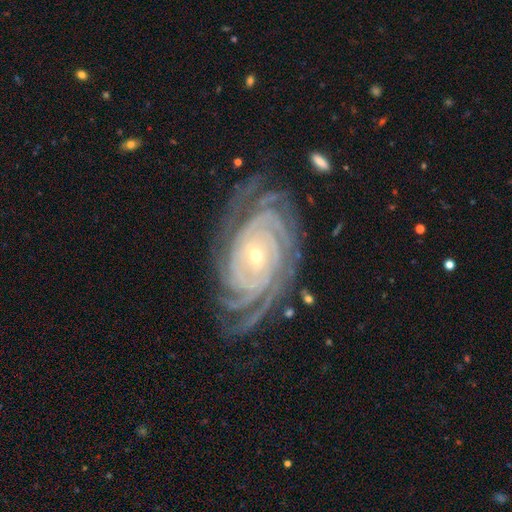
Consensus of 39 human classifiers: Volunteers were most divided on "spiral arm count": more than 4: 46%, 4: 35%, can't tell: 14%, 3: 5%, 1: 0%, 2: 0%. More confident: spiral arms — yes (100%); smooth or featured — featured or disk (97%); edge-on disk — no (97%); spiral winding — tight (95%); bulge size — small (62%); merging — none (61%); bar — no (59%).